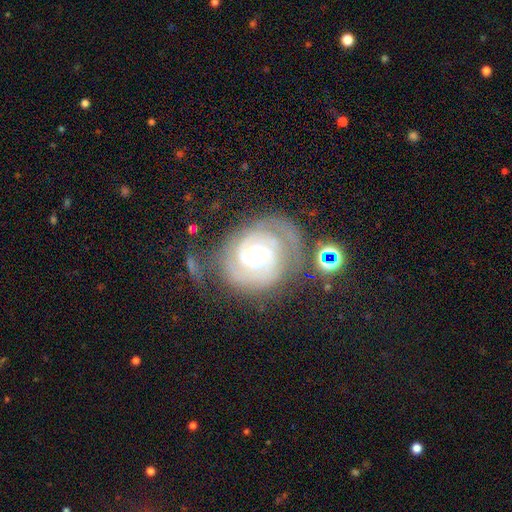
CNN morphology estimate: type=featured or disk (88%); edge-on=no (98%); bar=no (58%); spiral arms=yes (97%); winding=tight (69%); arm count=2 (54%); bulge=moderate (65%); merging=none (57%).